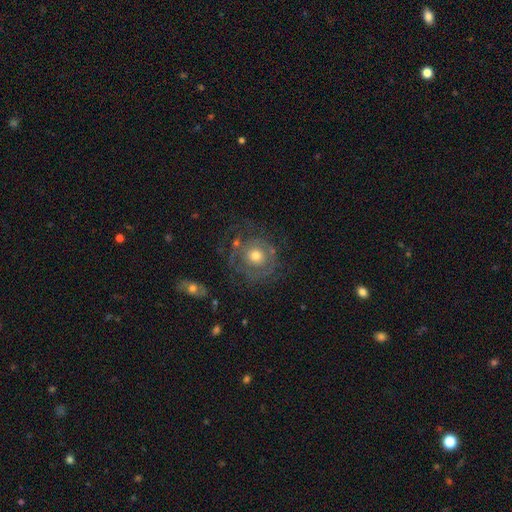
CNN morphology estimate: smooth-or-featured: featured or disk: 59% | smooth: 31% | star or artifact: 10%
  disk-edge-on: no: 97% | yes: 3%
    bar: no: 87% | weak: 11% | strong: 3%
    has-spiral-arms: yes: 59% | no: 41%
    bulge-size: moderate: 67% | small: 20% | large: 10% | none: 1% | dominant: 1%
  merging: none: 60% | major disturbance: 18% | minor disturbance: 18% | merger: 4%